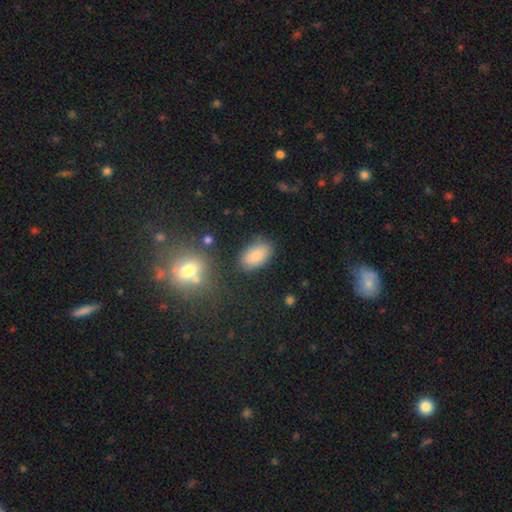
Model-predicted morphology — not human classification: smooth-or-featured: smooth: 84% | star or artifact: 8% | featured or disk: 8%
  how-rounded: in between: 92% | round: 6% | cigar-shaped: 2%
  merging: none: 79% | minor disturbance: 14% | major disturbance: 4% | merger: 4%